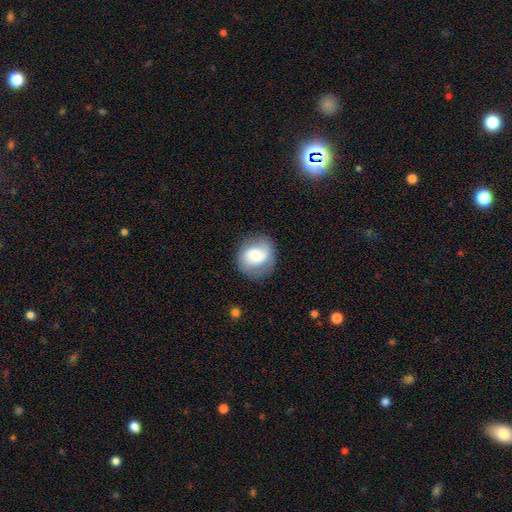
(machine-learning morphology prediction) type=smooth (52%); roundness=round (72%); merging=none (75%).